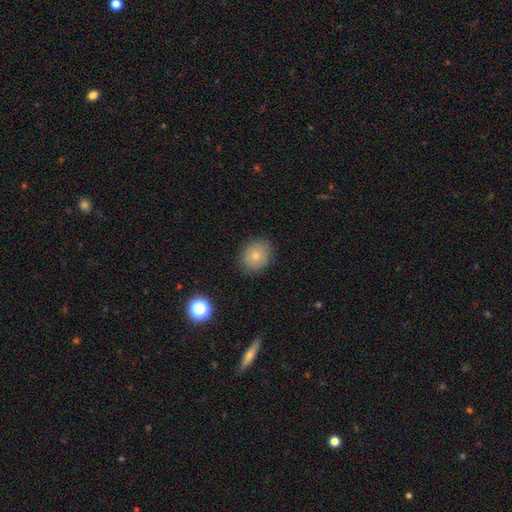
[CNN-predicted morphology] type=smooth (77%); roundness=round (61%); merging=none (84%).